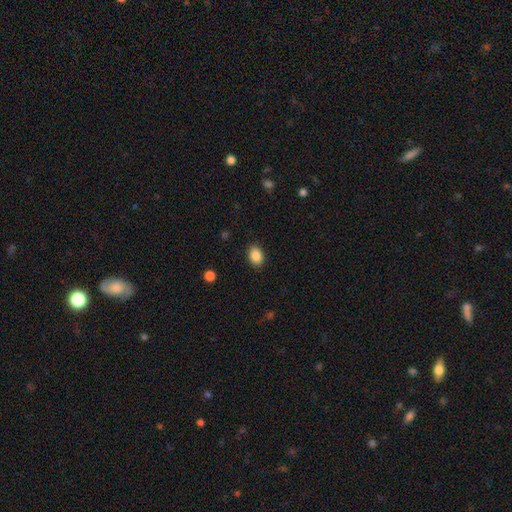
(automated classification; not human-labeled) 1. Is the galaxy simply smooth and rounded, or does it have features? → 88% smooth, 8% star or artifact, 4% featured or disk.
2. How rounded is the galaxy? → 75% in between, 24% round, 1% cigar-shaped.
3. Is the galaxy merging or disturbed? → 88% none, 8% minor disturbance, 2% major disturbance, 1% merger.